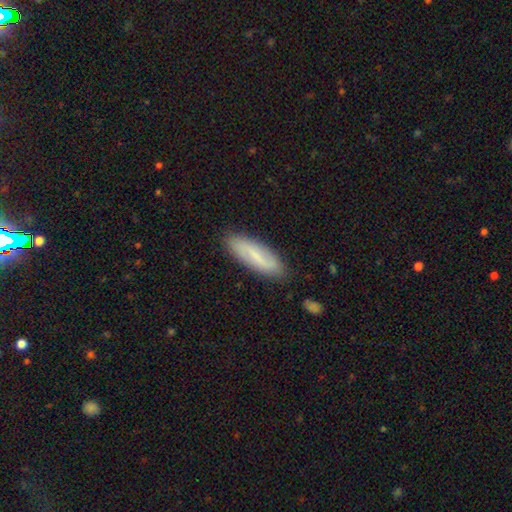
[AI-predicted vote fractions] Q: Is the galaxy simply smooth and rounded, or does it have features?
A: smooth — 54%.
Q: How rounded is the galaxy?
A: in between — 51%.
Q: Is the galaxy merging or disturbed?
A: none — 85%.